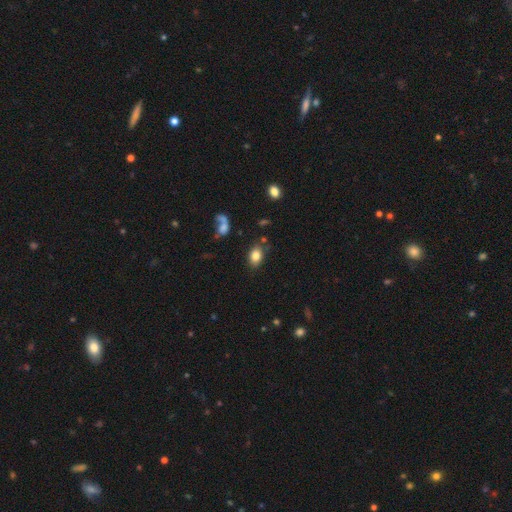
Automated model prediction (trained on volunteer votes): Smooth or featured? Predicted: smooth (p=0.83). How rounded? Predicted: in between (p=0.80). Merging? Predicted: none (p=0.78).